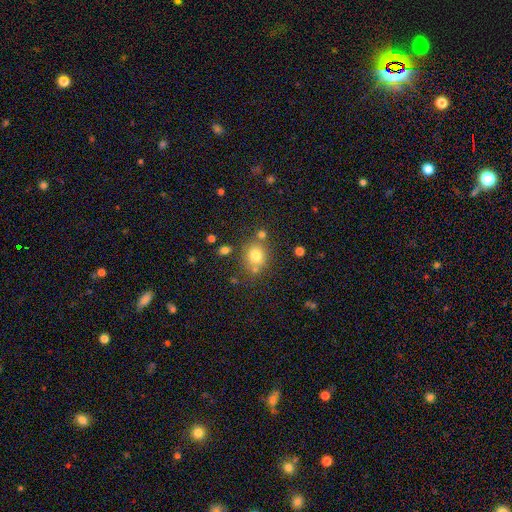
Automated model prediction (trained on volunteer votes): Morphology: type=smooth (77%); roundness=round (69%); merging=none (69%).